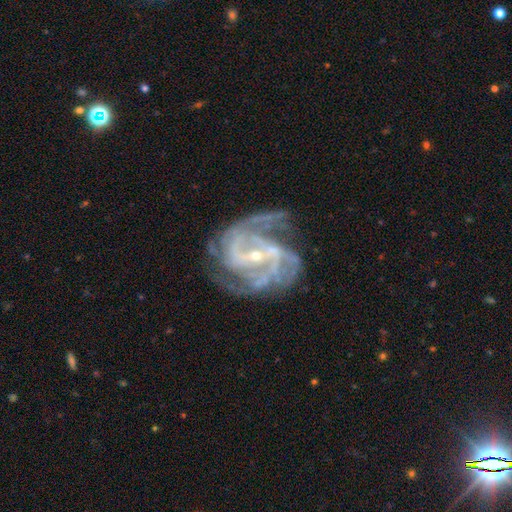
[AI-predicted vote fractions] Smooth or featured? Predicted: featured or disk (p=0.91). Edge-on disk? Predicted: no (p=0.97). Bar? Predicted: strong (p=0.43). Spiral arms? Predicted: yes (p=0.97). Spiral winding? Predicted: medium (p=0.48). Spiral arm count? Predicted: 2 (p=0.36). Bulge size? Predicted: small (p=0.79). Merging? Predicted: none (p=0.60).